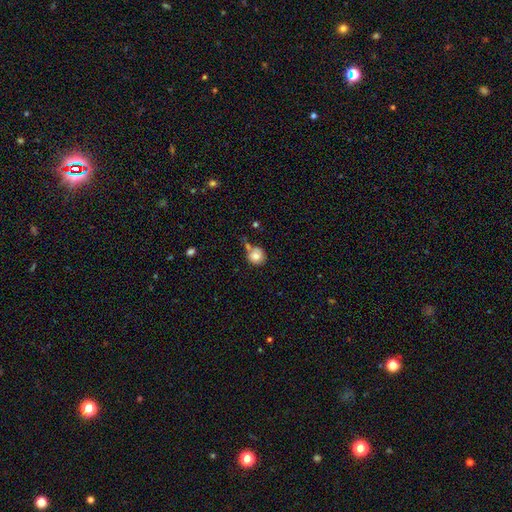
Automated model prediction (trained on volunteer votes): Smooth or featured? Predicted: smooth (p=0.79). How rounded? Predicted: round (p=0.90). Merging? Predicted: none (p=0.56).